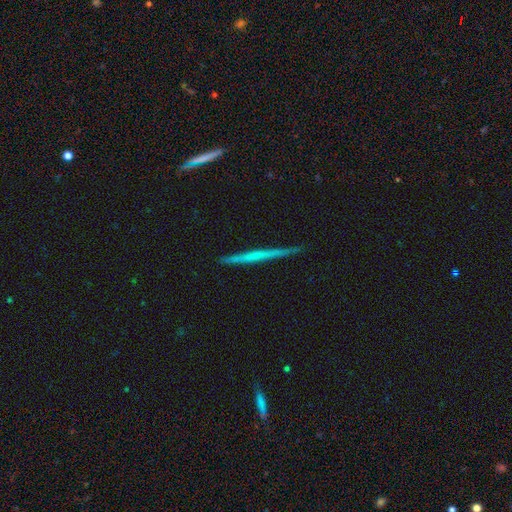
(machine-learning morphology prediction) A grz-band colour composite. It shows a featured or disk galaxy (57%) viewed edge-on (98%) with no central bulge (86%). Merging: none (90%).